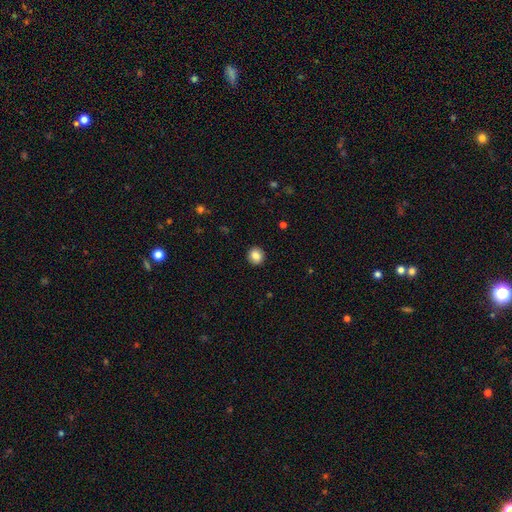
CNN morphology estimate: A smooth galaxy with no disk features (85%) that is round (89%). Merging: none (92%).